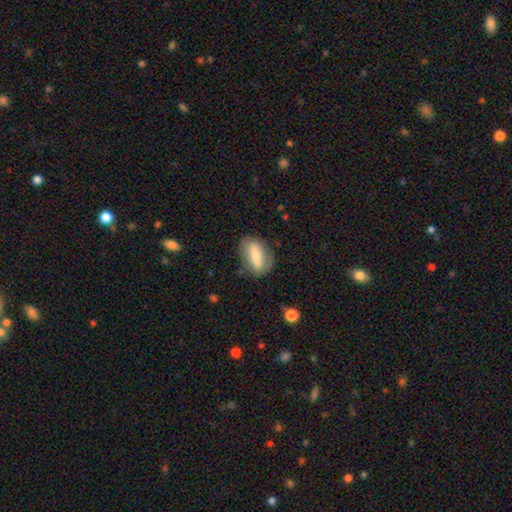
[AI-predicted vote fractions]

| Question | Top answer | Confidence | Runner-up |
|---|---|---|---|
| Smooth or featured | smooth | 60% | featured or disk (34%) |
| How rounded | in between | 78% | cigar-shaped (14%) |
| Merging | none | 73% | minor disturbance (18%) |